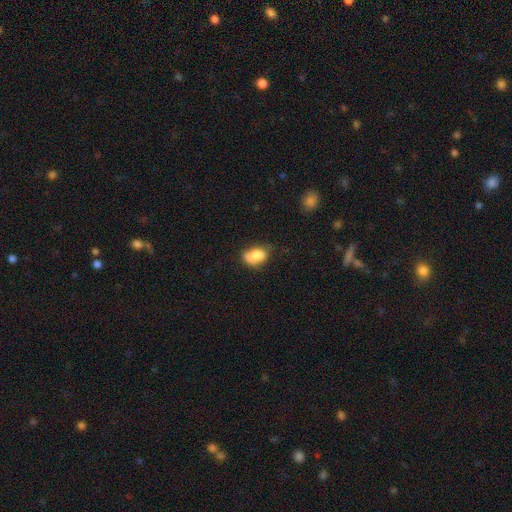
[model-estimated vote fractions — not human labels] A smooth galaxy with no disk features (80%) that is in between round and cigar-shaped (85%). Merging: none (48%).